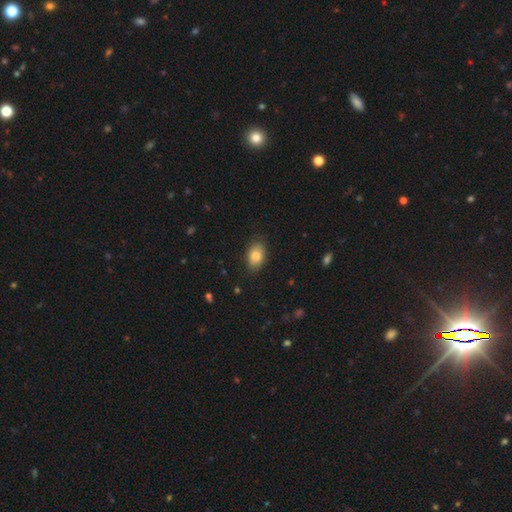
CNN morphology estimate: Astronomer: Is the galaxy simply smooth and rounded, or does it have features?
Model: smooth — 85%.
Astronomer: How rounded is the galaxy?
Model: in between — 88%.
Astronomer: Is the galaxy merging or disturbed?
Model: none — 81%.